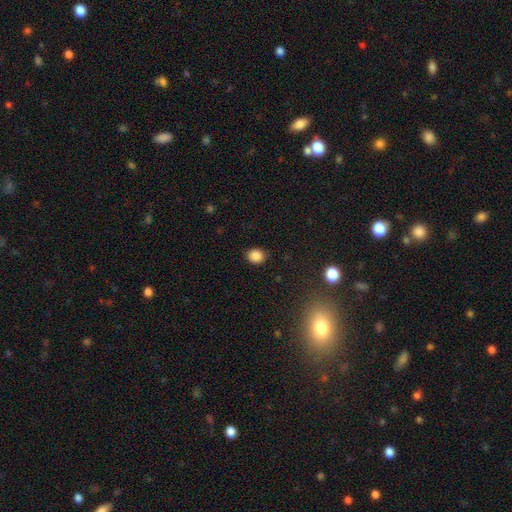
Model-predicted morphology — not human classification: smooth-or-featured: smooth: 86% | star or artifact: 10% | featured or disk: 4%
  how-rounded: round: 58% | in between: 41% | cigar-shaped: 1%
  merging: none: 87% | minor disturbance: 9% | major disturbance: 2% | merger: 1%